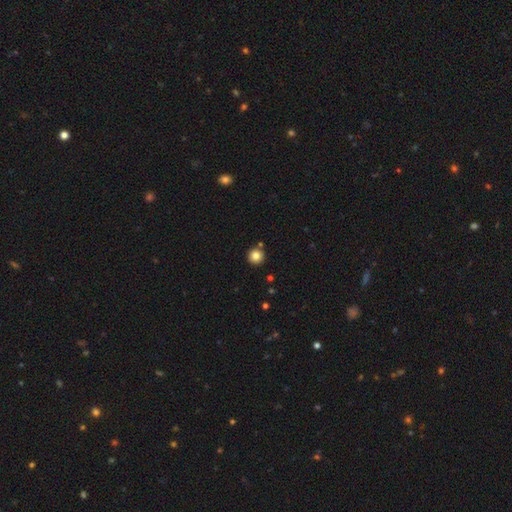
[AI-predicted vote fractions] A smooth galaxy with no disk features (83%) that is round (96%).

Vote fractions:
- Smooth or featured? smooth: 83% / star or artifact: 11% / featured or disk: 6%
- How rounded? round: 96% / in between: 4% / cigar-shaped: 1%
- Merging? none: 87% / minor disturbance: 6% / merger: 5% / major disturbance: 2%